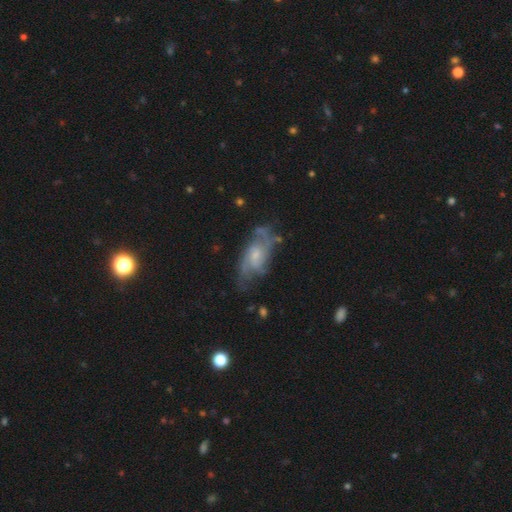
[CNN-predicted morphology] A featured or disk galaxy (80%) with no bar (60%), 2 (54%) medium (47%) spiral arms (92%) and a small central bulge (59%).

Vote fractions:
- Smooth or featured? featured or disk: 80% / smooth: 13% / star or artifact: 6%
- Edge-on disk? no: 94% / yes: 6%
- Bar? no: 60% / weak: 35% / strong: 5%
- Spiral arms? yes: 92% / no: 8%
- Spiral winding? medium: 47% / tight: 28% / loose: 24%
- Spiral arm count? 2: 54% / can't tell: 22% / 3: 13% / 4: 5% / 1: 4% / more than 4: 3%
- Bulge size? small: 59% / moderate: 31% / none: 6% / large: 3% / dominant: 1%
- Merging? none: 63% / minor disturbance: 22% / major disturbance: 13% / merger: 3%